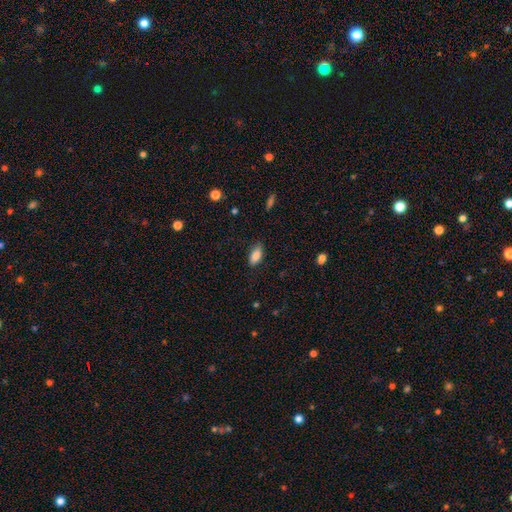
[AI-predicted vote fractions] This is clearly a smooth galaxy (85%). How rounded: clearly in between (87%). Merging: clearly none (80%).